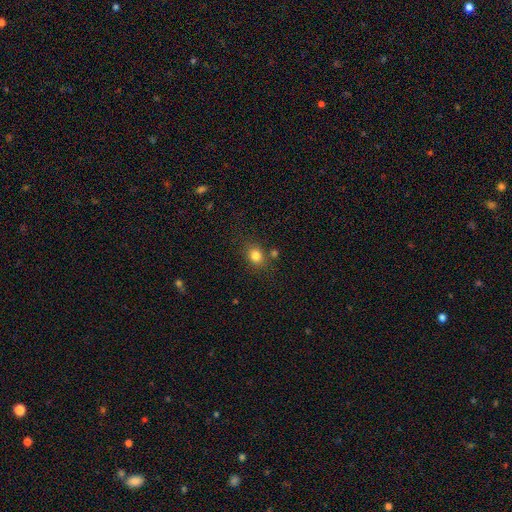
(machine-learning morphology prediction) A smooth galaxy with no disk features (81%) that is round (59%). Merging: none (75%).